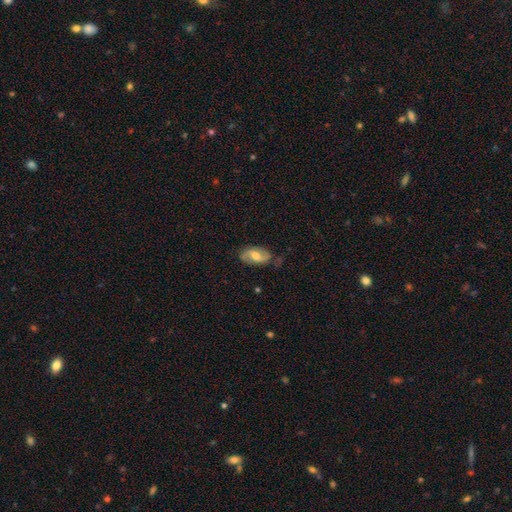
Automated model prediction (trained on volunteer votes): Smooth or featured? featured or disk (57%)
Edge-on disk? no (94%)
Bar? weak (51%)
Spiral arms? yes (87%)
Bulge size? moderate (53%)
Merging? none (71%)